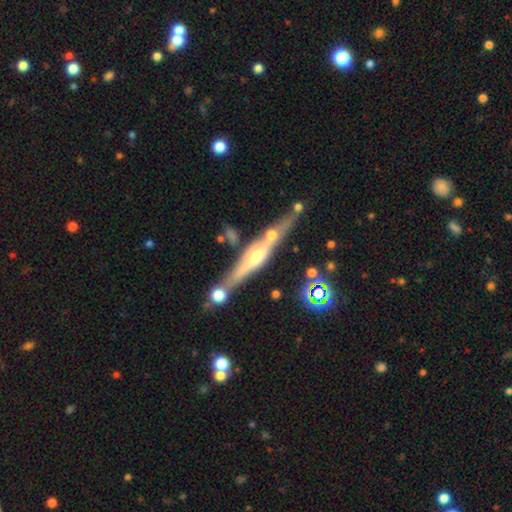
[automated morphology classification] Smooth or featured? featured or disk (74%)
Edge-on disk? yes (94%)
Edge-on bulge? rounded (83%)
Merging? none (70%)